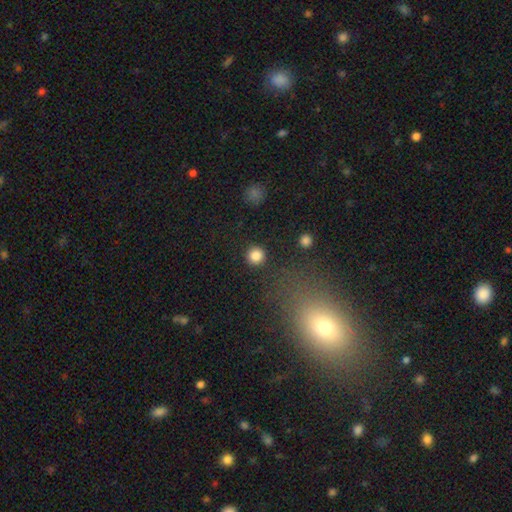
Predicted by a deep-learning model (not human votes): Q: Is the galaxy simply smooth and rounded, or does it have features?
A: smooth — 85%.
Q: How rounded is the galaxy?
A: round — 95%.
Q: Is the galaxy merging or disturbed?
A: none — 91%.